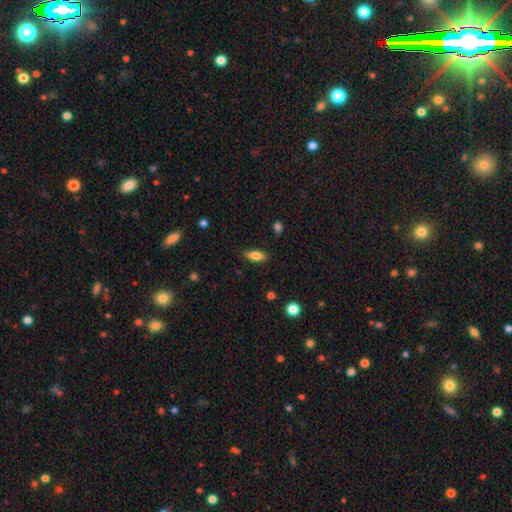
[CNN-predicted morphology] Smooth or featured? Predicted: smooth (p=0.82). How rounded? Predicted: in between (p=0.79). Merging? Predicted: none (p=0.85).